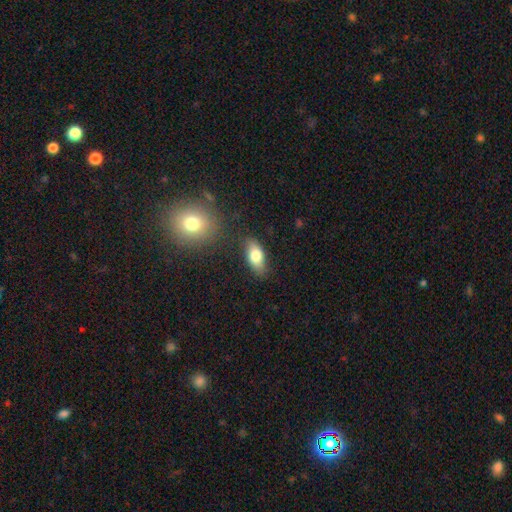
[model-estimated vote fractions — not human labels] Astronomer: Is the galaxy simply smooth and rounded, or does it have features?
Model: smooth — 77%.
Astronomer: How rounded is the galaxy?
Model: in between — 86%.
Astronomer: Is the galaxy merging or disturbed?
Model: none — 81%.